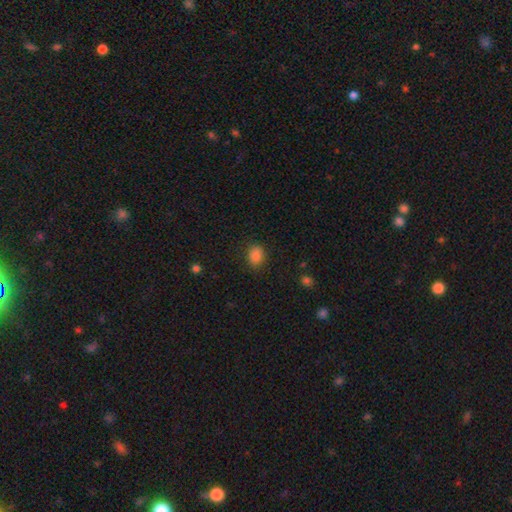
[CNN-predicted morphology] A smooth galaxy with no disk features (86%) that is in between round and cigar-shaped (58%).

Vote fractions:
- Smooth or featured? smooth: 86% / star or artifact: 10% / featured or disk: 4%
- How rounded? in between: 58% / round: 41% / cigar-shaped: 1%
- Merging? none: 84% / minor disturbance: 12% / major disturbance: 3% / merger: 1%